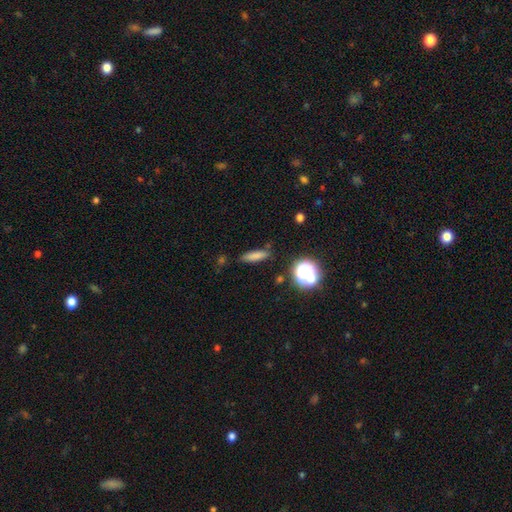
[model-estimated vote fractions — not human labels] This appears to be a smooth galaxy with no disk features (76%) that is cigar-shaped (65%). Merging: none (83%).